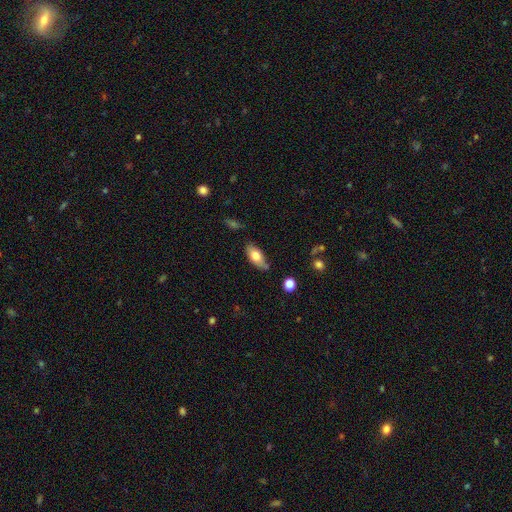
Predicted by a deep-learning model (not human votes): Overall: smooth (74%). How rounded: in between (88%). Merging: none (66%).